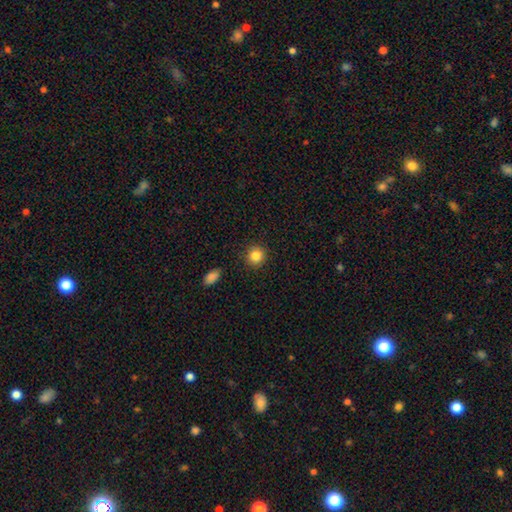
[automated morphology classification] Smooth or featured? Predicted: smooth (p=0.85). How rounded? Predicted: round (p=0.91). Merging? Predicted: none (p=0.90).